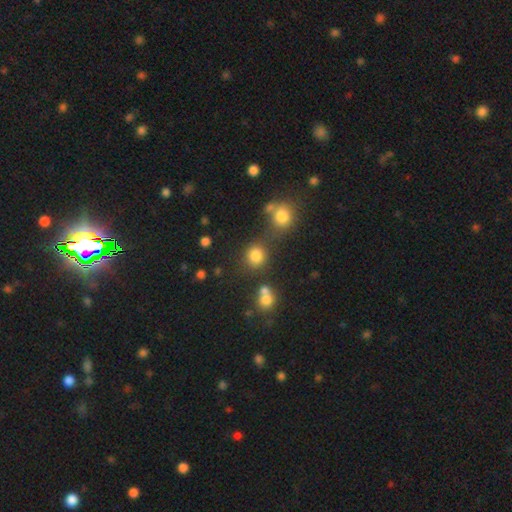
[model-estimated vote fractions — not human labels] This is likely a smooth galaxy (79%). How rounded: clearly round (86%). Merging: likely none (70%).